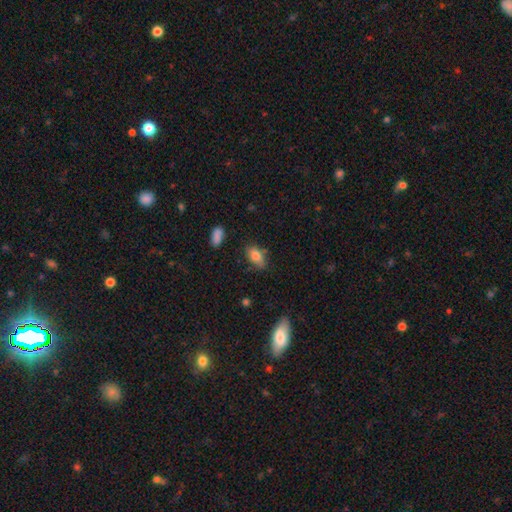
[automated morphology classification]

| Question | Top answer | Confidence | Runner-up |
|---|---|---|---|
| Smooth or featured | smooth | 81% | featured or disk (10%) |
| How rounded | in between | 89% | round (8%) |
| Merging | none | 72% | minor disturbance (21%) |